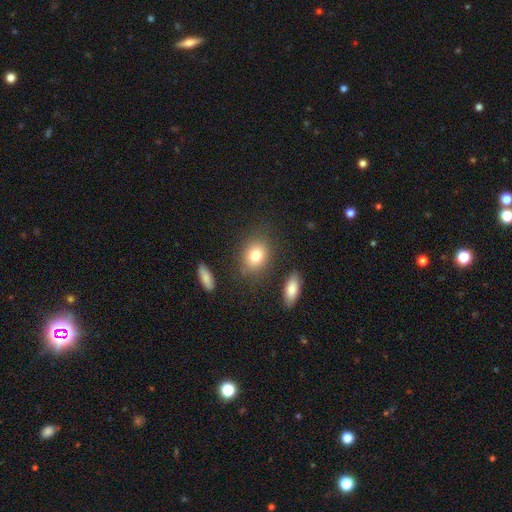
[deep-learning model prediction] Smooth or featured: smooth — 79% (featured or disk — 11%)
How rounded: in between — 52% (round — 46%)
Merging: none — 77% (minor disturbance — 12%)